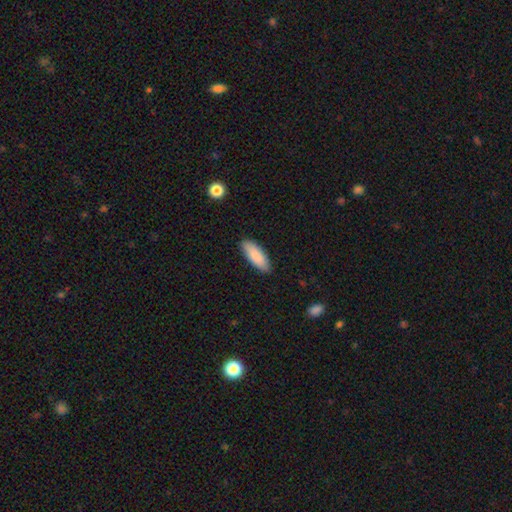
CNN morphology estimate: type=smooth (87%); roundness=in between (70%); merging=none (88%).